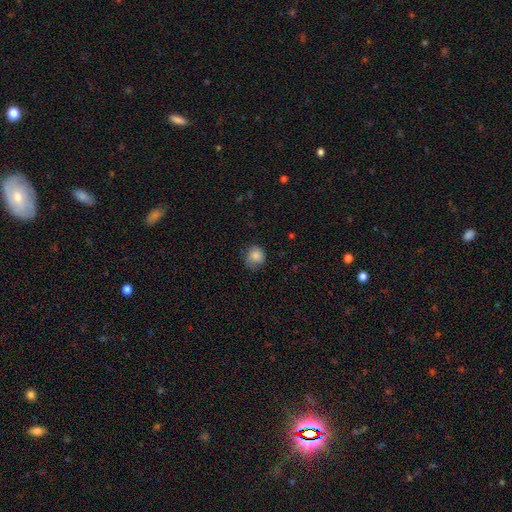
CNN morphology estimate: Smooth or featured? Predicted: smooth (p=0.84). How rounded? Predicted: round (p=0.80). Merging? Predicted: none (p=0.66).